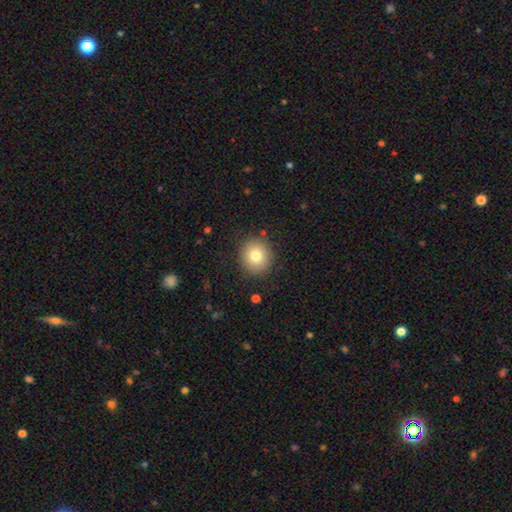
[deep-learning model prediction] smooth_or_featured: smooth (p=0.79) [alt: star or artifact p=0.11]
how_rounded: round (p=0.87) [alt: in between p=0.12]
merging: none (p=0.88) [alt: minor disturbance p=0.08]